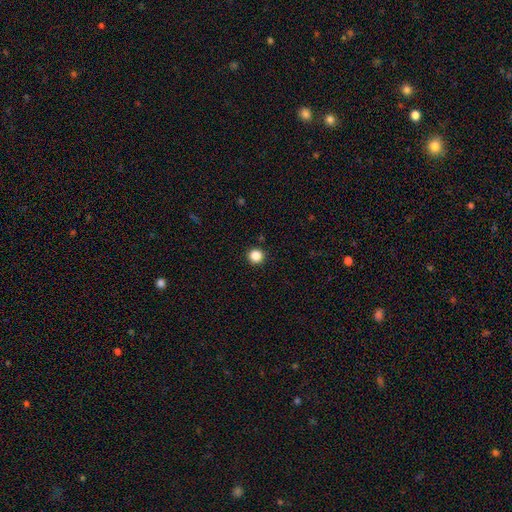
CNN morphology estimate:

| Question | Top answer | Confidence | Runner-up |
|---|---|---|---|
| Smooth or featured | smooth | 86% | star or artifact (11%) |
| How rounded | round | 95% | in between (4%) |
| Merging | none | 93% | minor disturbance (5%) |